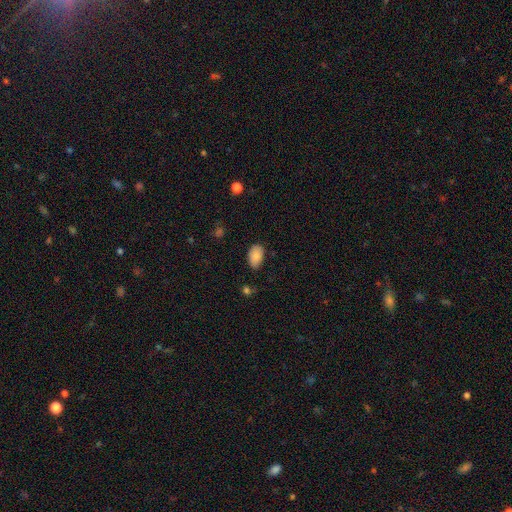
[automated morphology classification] Smooth or featured: smooth — 87% (star or artifact — 7%)
How rounded: in between — 92% (round — 7%)
Merging: none — 81% (minor disturbance — 15%)